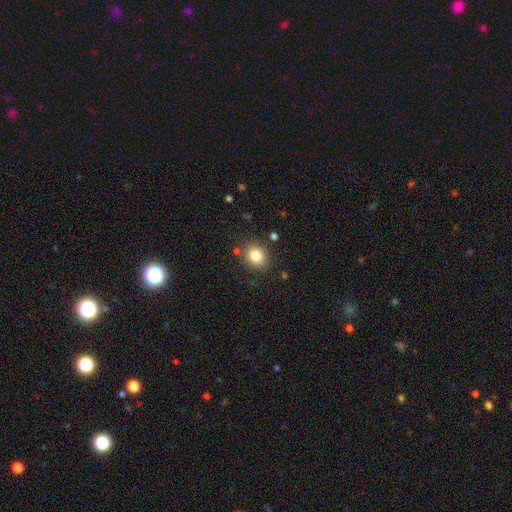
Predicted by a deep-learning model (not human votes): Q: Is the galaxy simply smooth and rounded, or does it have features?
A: smooth — 82%.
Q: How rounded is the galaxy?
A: round — 70%.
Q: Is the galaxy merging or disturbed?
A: none — 84%.